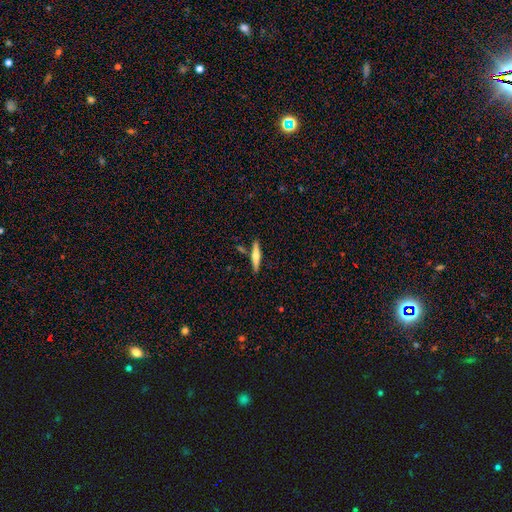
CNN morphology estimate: Smooth or featured: featured or disk — 48% (smooth — 47%)
Merging: none — 84% (minor disturbance — 9%)